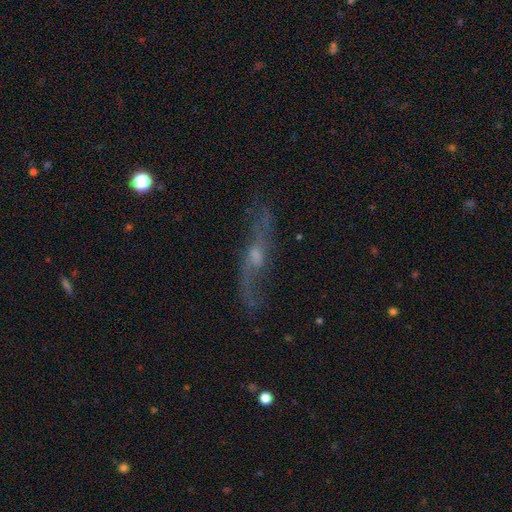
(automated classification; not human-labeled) Q: Smooth or featured?
A: featured or disk (75%); runner-up: smooth (16%)
Q: Edge-on disk?
A: no (62%); runner-up: yes (38%)
Q: Merging?
A: none (68%); runner-up: minor disturbance (18%)